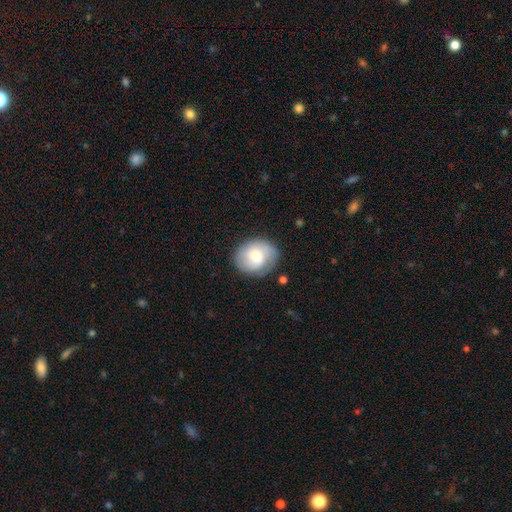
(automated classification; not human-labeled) A smooth galaxy with no disk features (53%) that is round (60%). Merging: none (71%).